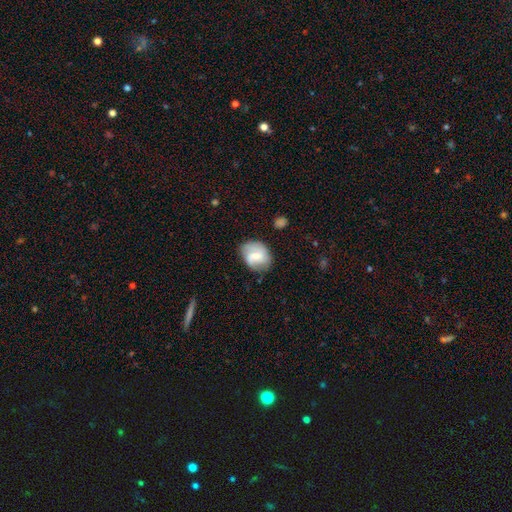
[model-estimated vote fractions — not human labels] Smooth or featured? Predicted: featured or disk (p=0.52). Edge-on disk? Predicted: no (p=0.97). Merging? Predicted: none (p=0.68).